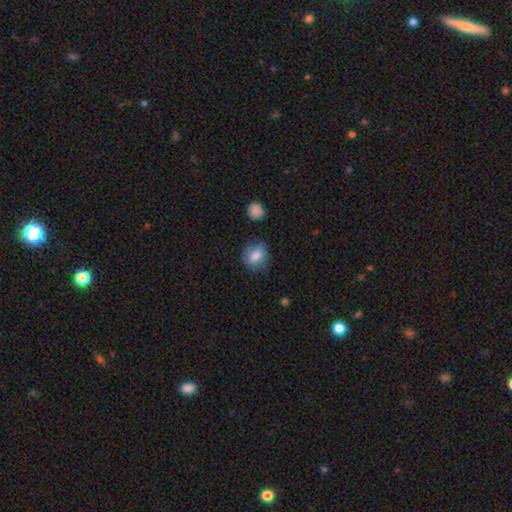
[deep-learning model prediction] Q: Smooth or featured?
A: smooth (78%); runner-up: featured or disk (13%)
Q: How rounded?
A: round (58%); runner-up: in between (40%)
Q: Merging?
A: none (68%); runner-up: minor disturbance (23%)